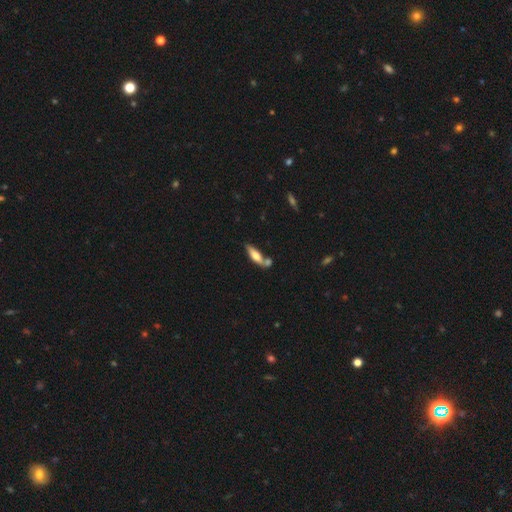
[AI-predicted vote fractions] A smooth galaxy with no disk features (59%) that is cigar-shaped (50%).

Vote fractions:
- Smooth or featured? smooth: 59% / featured or disk: 34% / star or artifact: 7%
- How rounded? cigar-shaped: 50% / in between: 47% / round: 2%
- Merging? none: 50% / merger: 29% / minor disturbance: 15% / major disturbance: 5%